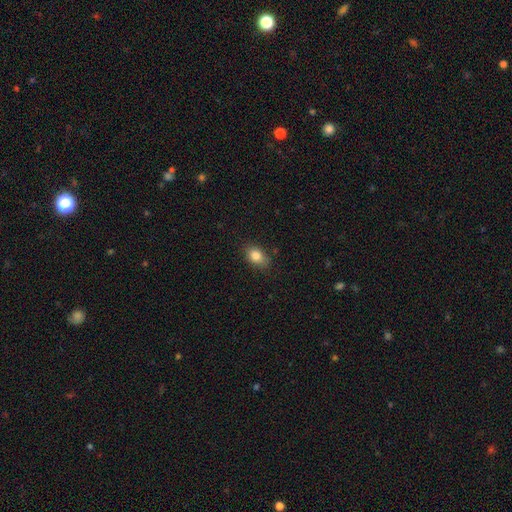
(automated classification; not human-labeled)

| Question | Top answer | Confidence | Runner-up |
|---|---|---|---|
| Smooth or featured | smooth | 83% | star or artifact (9%) |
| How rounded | in between | 78% | round (21%) |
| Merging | none | 80% | minor disturbance (15%) |